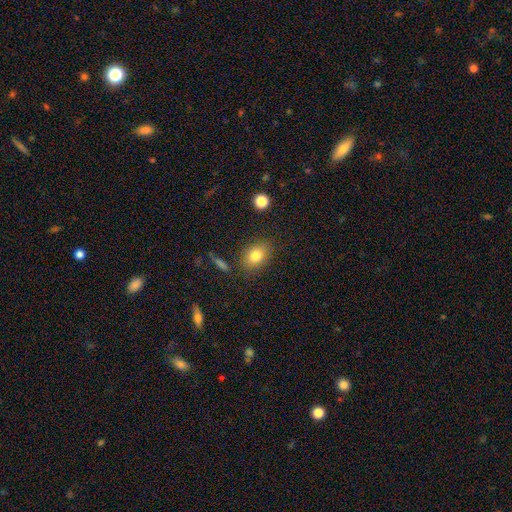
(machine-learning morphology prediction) smooth-or-featured: smooth: 81% | star or artifact: 10% | featured or disk: 9%
  how-rounded: in between: 66% | round: 32% | cigar-shaped: 2%
  merging: none: 81% | minor disturbance: 13% | major disturbance: 4% | merger: 3%